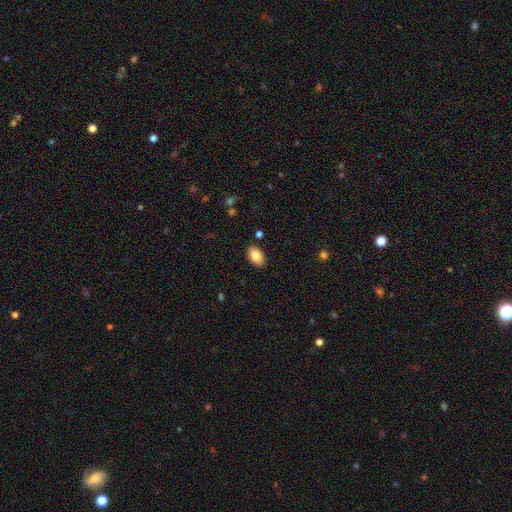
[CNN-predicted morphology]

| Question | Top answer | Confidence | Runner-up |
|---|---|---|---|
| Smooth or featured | smooth | 84% | featured or disk (8%) |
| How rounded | in between | 92% | round (7%) |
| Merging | none | 87% | minor disturbance (9%) |